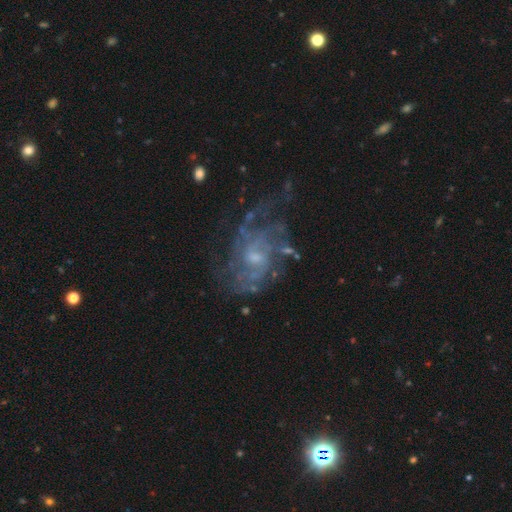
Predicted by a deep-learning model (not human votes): This appears to be a featured or disk galaxy (81%) with no bar (62%), tight (44%) spiral arms (85%) and a small central bulge (55%). Merging: none (55%).